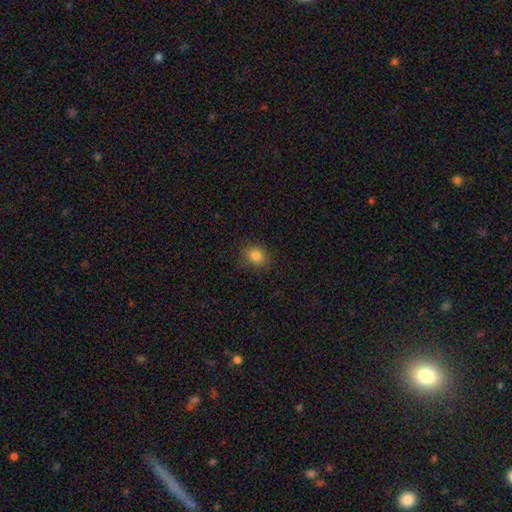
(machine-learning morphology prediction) Overall: smooth (82%). How rounded: round (58%; in between 41%). Merging: none (85%).